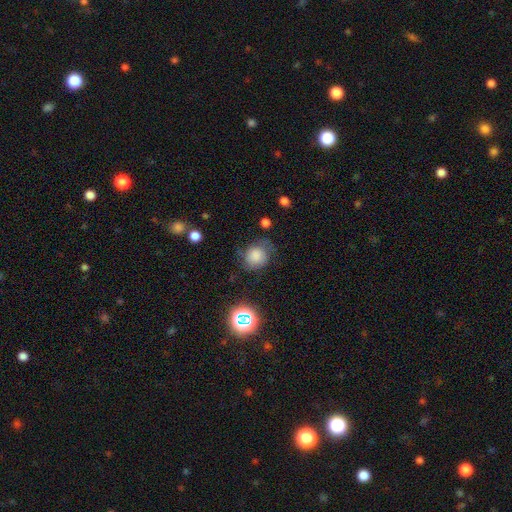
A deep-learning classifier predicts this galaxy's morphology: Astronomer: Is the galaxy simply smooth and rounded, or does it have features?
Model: smooth — 70%.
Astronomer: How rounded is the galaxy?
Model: round — 76%.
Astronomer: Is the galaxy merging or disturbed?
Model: none — 59%.